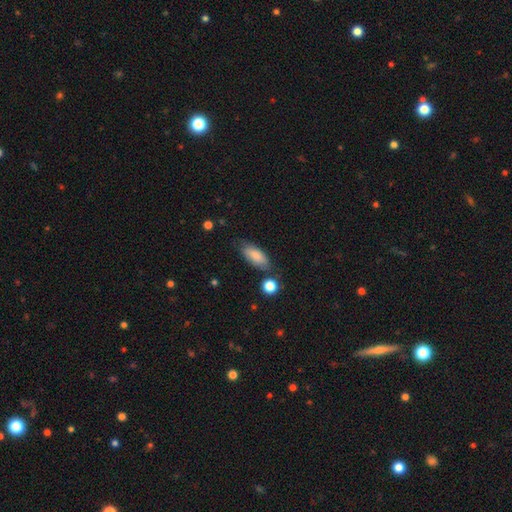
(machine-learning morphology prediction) smooth 77%, featured or disk 16%, star or artifact 7%. Down the decision tree: how rounded — in between (82%); merging — none (69%).